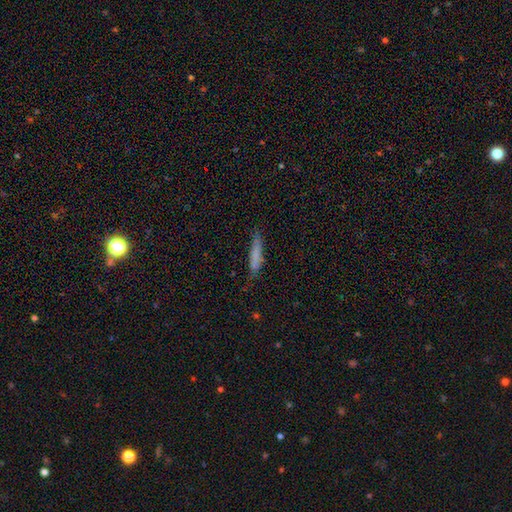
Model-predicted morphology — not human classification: smooth_or_featured: smooth (p=0.74) [alt: featured or disk p=0.18]
how_rounded: cigar-shaped (p=0.85) [alt: in between p=0.13]
merging: none (p=0.69) [alt: minor disturbance p=0.23]